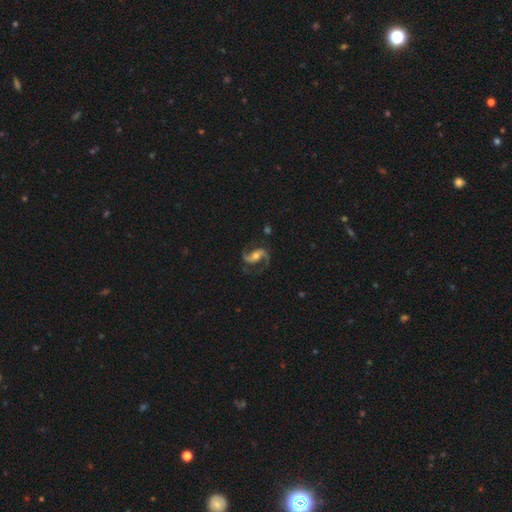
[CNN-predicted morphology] smooth-or-featured: featured or disk: 89% | smooth: 6% | star or artifact: 5%
  disk-edge-on: no: 97% | yes: 3%
    bar: no: 38% | weak: 35% | strong: 28%
    has-spiral-arms: yes: 97% | no: 3%
      spiral-winding: medium: 46% | loose: 43% | tight: 11%
      spiral-arm-count: 2: 93% | 1: 2% | can't tell: 2% | 3: 1% | 4: 1% | more than 4: 1%
    bulge-size: moderate: 62% | small: 28% | large: 7% | none: 2% | dominant: 1%
  merging: none: 74% | minor disturbance: 14% | major disturbance: 9% | merger: 2%